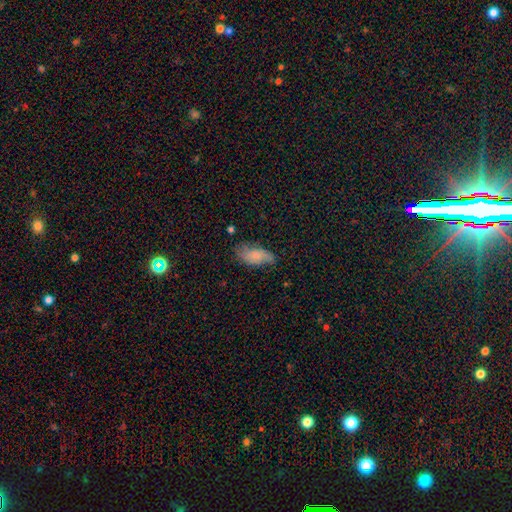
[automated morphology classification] A smooth galaxy with no disk features (68%) that is in between round and cigar-shaped (91%). Merging: none (57%).